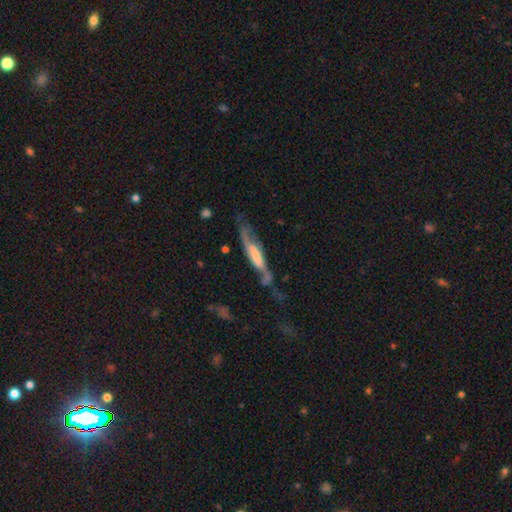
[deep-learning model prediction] A featured or disk galaxy (63%) viewed edge-on (51%).

Vote fractions:
- Smooth or featured? featured or disk: 63% / smooth: 30% / star or artifact: 7%
- Edge-on disk? yes: 51% / no: 49%
- Merging? none: 38% / major disturbance: 29% / minor disturbance: 25% / merger: 8%